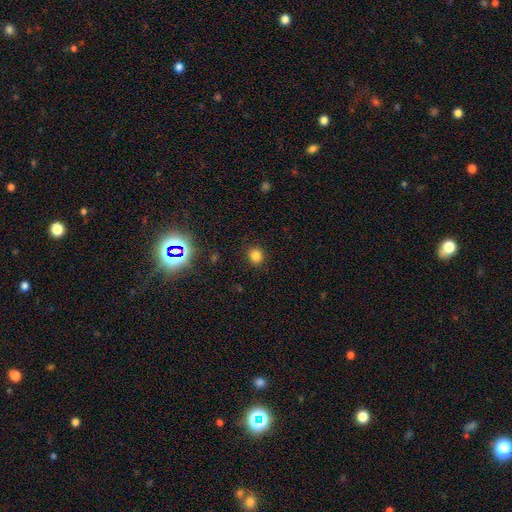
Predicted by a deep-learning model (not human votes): This appears to be a smooth galaxy with no disk features (80%) that is round (84%). Merging: none (89%).